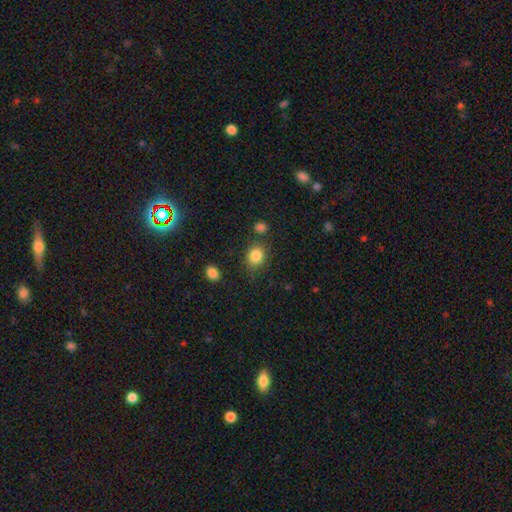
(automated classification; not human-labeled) A smooth galaxy with no disk features (85%) that is round (59%).

Vote fractions:
- Smooth or featured? smooth: 85% / star or artifact: 10% / featured or disk: 6%
- How rounded? round: 59% / in between: 40% / cigar-shaped: 1%
- Merging? none: 72% / minor disturbance: 16% / merger: 6% / major disturbance: 5%